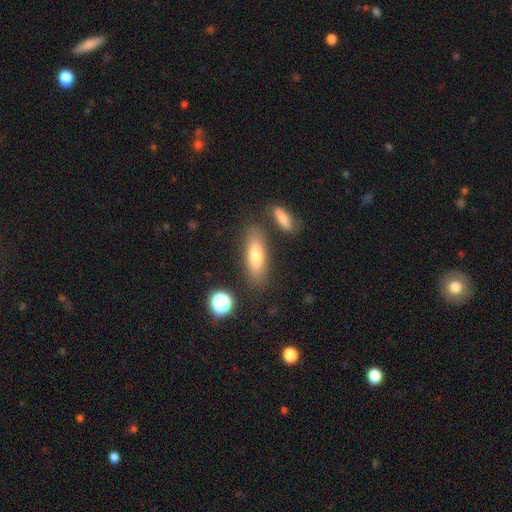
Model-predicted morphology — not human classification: A smooth galaxy with no disk features (67%) that is in between round and cigar-shaped (49%). Merging: none (79%).